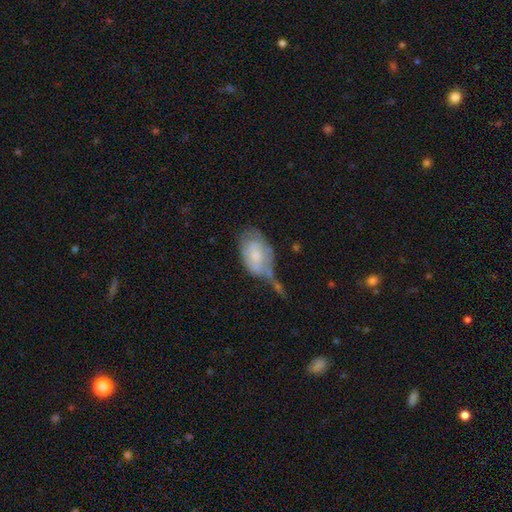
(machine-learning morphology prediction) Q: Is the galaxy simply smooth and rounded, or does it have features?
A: smooth — 51%.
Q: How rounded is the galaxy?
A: in between — 91%.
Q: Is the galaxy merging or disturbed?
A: major disturbance — 29%.